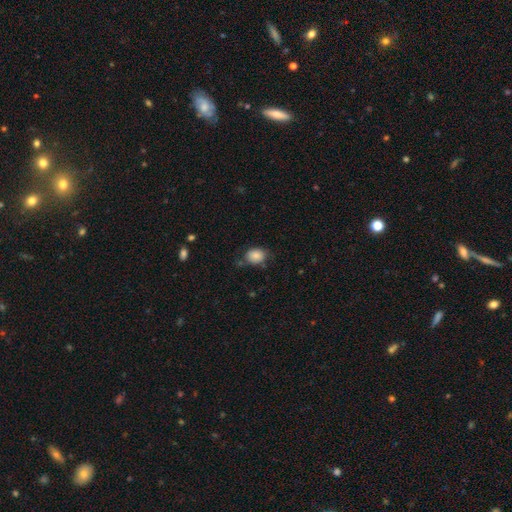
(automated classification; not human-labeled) Smooth or featured?
  - smooth: 85% *
  - star or artifact: 9%
  - featured or disk: 7%
How rounded?
  - in between: 53% *
  - round: 47%
  - cigar-shaped: 1%
Merging?
  - none: 69% *
  - minor disturbance: 22%
  - major disturbance: 6%
  - merger: 4%